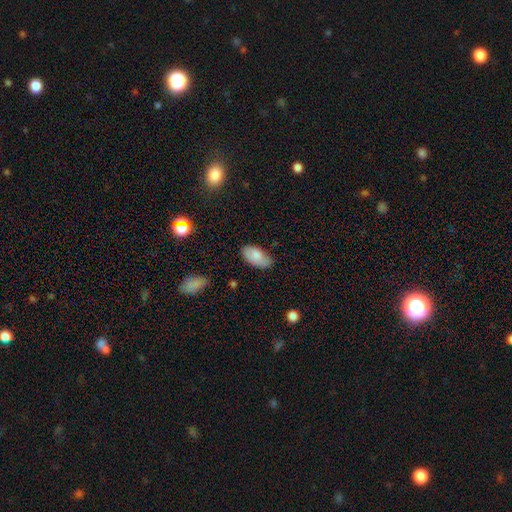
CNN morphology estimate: The model was most divided on "merging": none: 71%, minor disturbance: 23%, major disturbance: 4%, merger: 2%. More confident: how rounded — in between (95%); smooth or featured — smooth (81%).